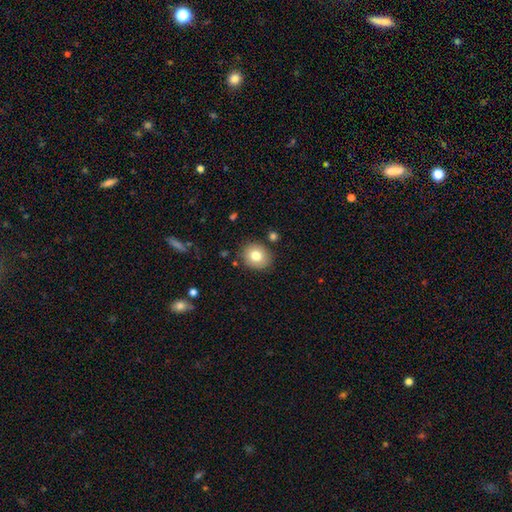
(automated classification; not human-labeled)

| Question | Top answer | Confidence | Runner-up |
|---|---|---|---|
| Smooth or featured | smooth | 78% | featured or disk (13%) |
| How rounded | round | 66% | in between (33%) |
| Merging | none | 85% | minor disturbance (10%) |